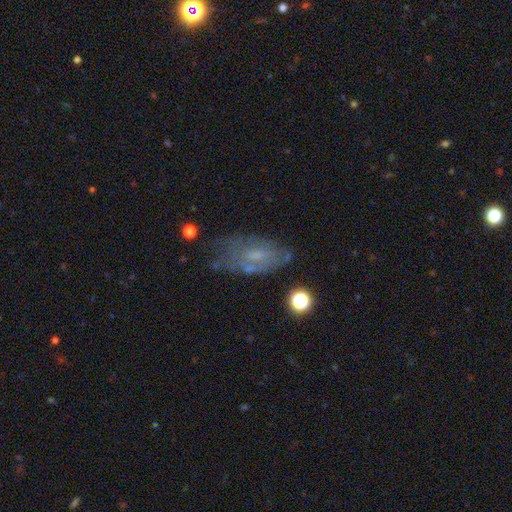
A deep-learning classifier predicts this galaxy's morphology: This appears to be a featured or disk galaxy (50%). Merging: none (53%).